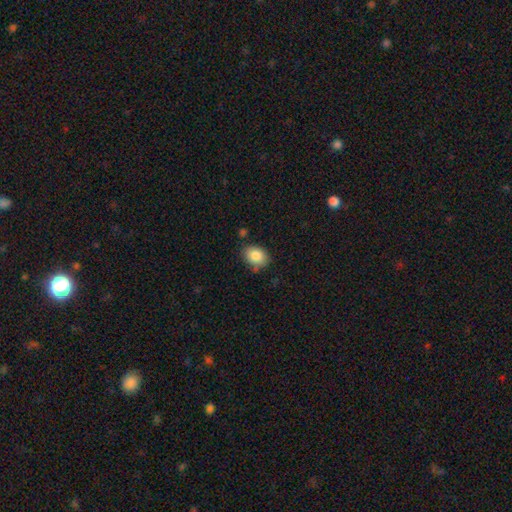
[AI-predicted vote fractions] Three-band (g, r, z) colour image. It shows a smooth galaxy with no disk features (85%) that is in between round and cigar-shaped (66%). Merging: none (76%).